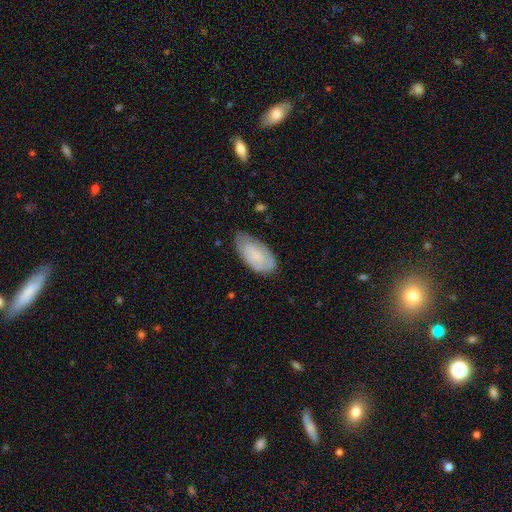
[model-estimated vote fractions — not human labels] smooth 69%, featured or disk 24%, star or artifact 7%. Down the decision tree: how rounded — in between (94%); merging — none (62%).